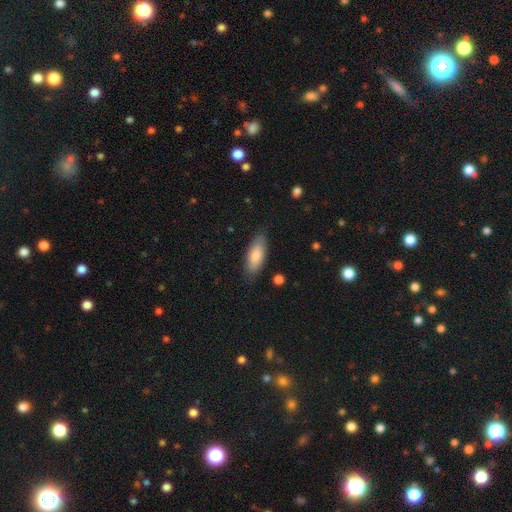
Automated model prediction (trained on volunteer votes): A smooth galaxy with no disk features (83%) that is in between round and cigar-shaped (74%). Merging: none (81%).